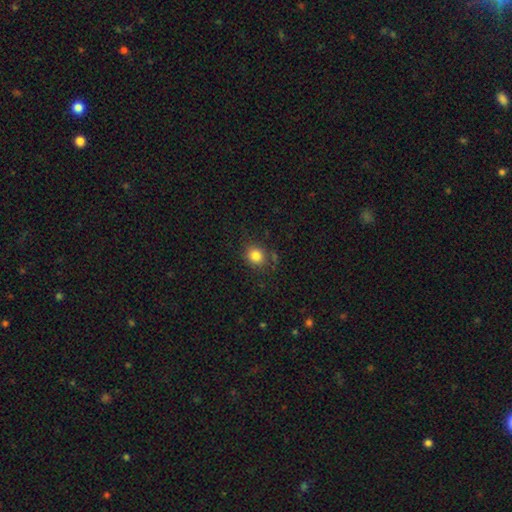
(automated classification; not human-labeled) Q: Smooth or featured?
A: smooth (83%); runner-up: star or artifact (11%)
Q: How rounded?
A: round (73%); runner-up: in between (26%)
Q: Merging?
A: none (80%); runner-up: minor disturbance (13%)